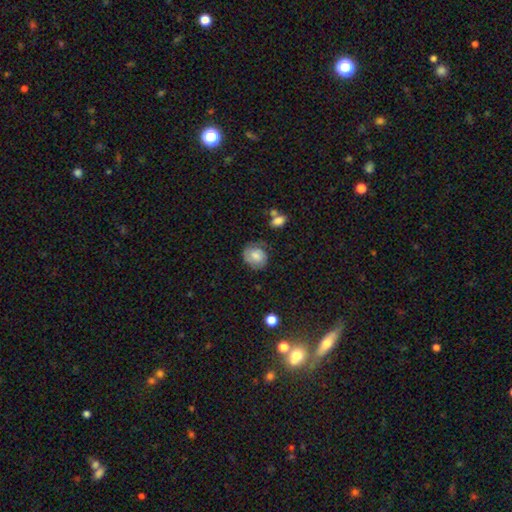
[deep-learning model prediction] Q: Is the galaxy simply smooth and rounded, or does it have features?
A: smooth — 63%.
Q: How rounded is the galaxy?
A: round — 68%.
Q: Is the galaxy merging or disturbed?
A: none — 67%.